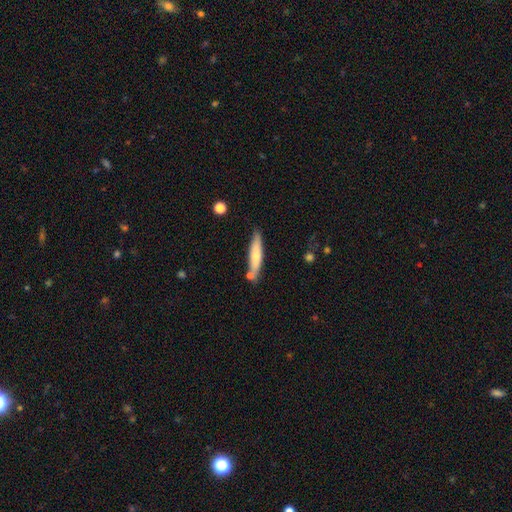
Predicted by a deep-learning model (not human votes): The model was most divided on "smooth or featured": smooth: 65%, featured or disk: 29%, star or artifact: 6%. More confident: how rounded — cigar-shaped (84%); merging — none (72%).